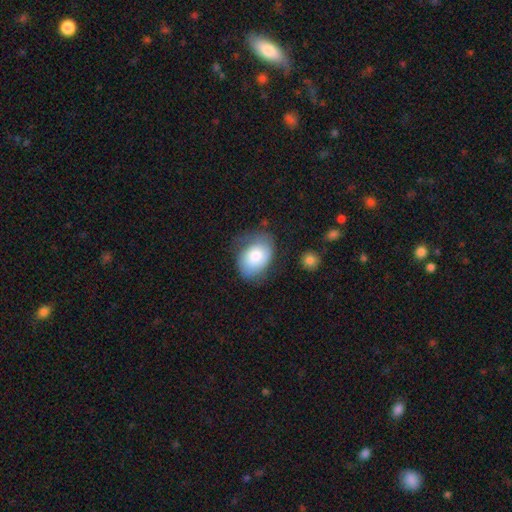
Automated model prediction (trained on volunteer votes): Smooth or featured? smooth (68%)
How rounded? in between (75%)
Merging? none (54%)